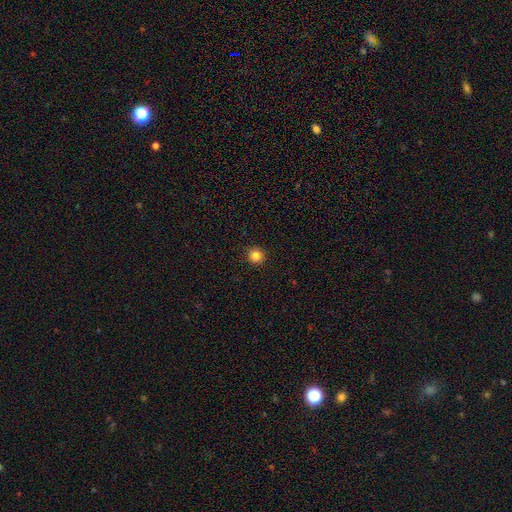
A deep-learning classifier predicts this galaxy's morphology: Q: Smooth or featured?
A: smooth (83%); runner-up: star or artifact (12%)
Q: How rounded?
A: round (95%); runner-up: in between (4%)
Q: Merging?
A: none (93%); runner-up: minor disturbance (4%)